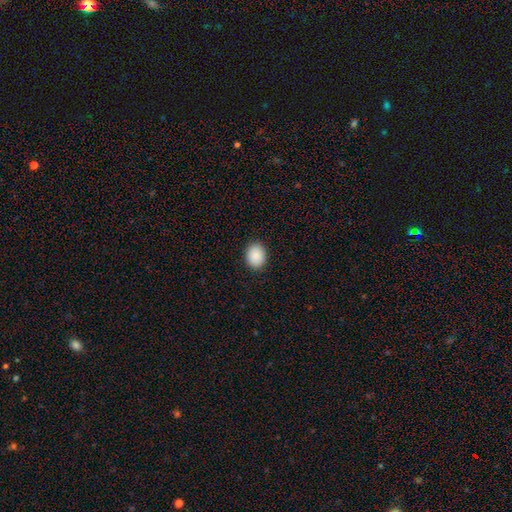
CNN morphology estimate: smooth_or_featured: smooth (p=0.90) [alt: star or artifact p=0.07]
how_rounded: in between (p=0.52) [alt: round p=0.48]
merging: none (p=0.90) [alt: minor disturbance p=0.07]